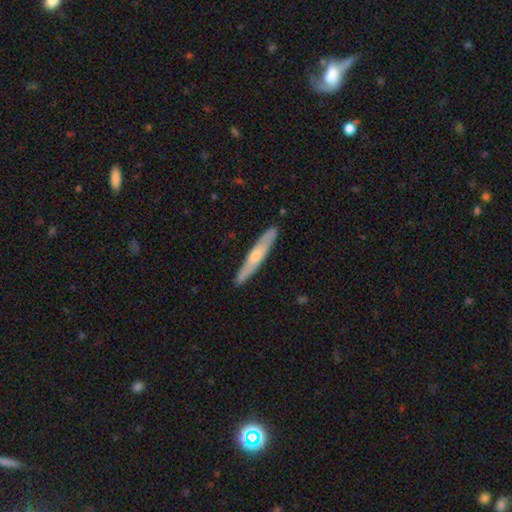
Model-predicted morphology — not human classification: smooth-or-featured: featured or disk: 47% (tied) | smooth: 47% (tied) | star or artifact: 5%
  merging: none: 90% | minor disturbance: 8% | major disturbance: 1% | merger: 1%